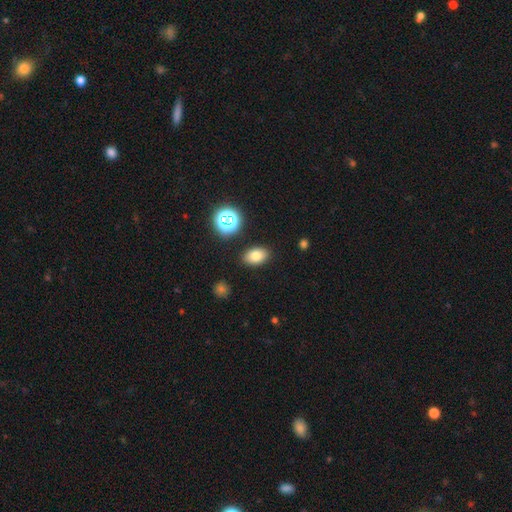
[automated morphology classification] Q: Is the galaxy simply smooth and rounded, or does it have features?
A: smooth — 77%.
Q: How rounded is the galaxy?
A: in between — 85%.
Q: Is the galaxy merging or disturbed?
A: none — 87%.